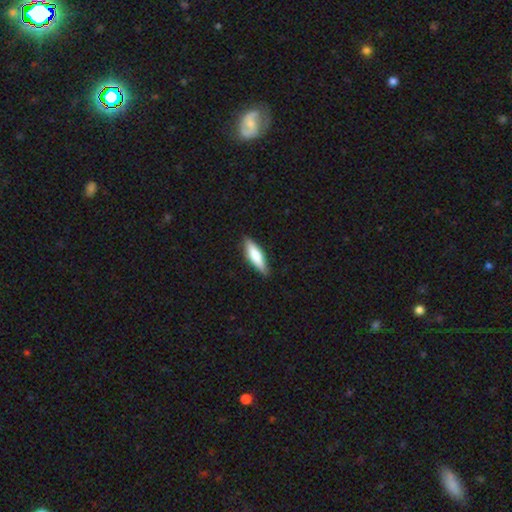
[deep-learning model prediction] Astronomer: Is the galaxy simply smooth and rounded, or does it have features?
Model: smooth — 69%.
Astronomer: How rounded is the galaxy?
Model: cigar-shaped — 61% (runner-up: in between, 37%).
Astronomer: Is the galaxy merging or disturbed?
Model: none — 87%.